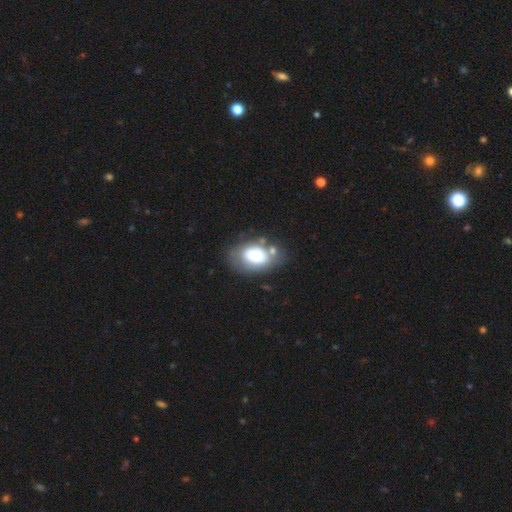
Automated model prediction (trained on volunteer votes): A smooth galaxy with no disk features (63%) that is in between round and cigar-shaped (83%).

Vote fractions:
- Smooth or featured? smooth: 63% / featured or disk: 29% / star or artifact: 8%
- How rounded? in between: 83% / round: 16% / cigar-shaped: 1%
- Merging? none: 51% / minor disturbance: 22% / merger: 15% / major disturbance: 12%